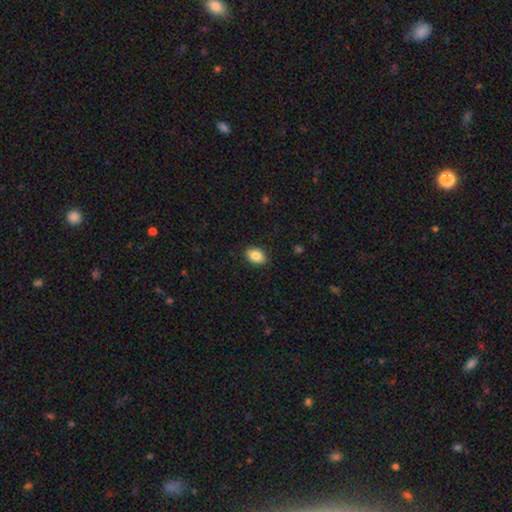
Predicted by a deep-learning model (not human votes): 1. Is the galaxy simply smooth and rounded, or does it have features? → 85% smooth, 8% star or artifact, 7% featured or disk.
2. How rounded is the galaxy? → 83% in between, 16% round, 1% cigar-shaped.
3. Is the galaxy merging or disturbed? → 89% none, 8% minor disturbance, 2% major disturbance, 1% merger.